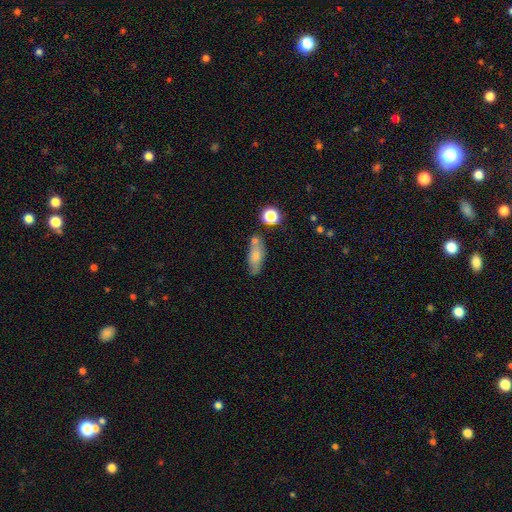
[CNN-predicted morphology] smooth-or-featured: smooth: 70% | featured or disk: 20% | star or artifact: 9%
  how-rounded: in between: 73% | cigar-shaped: 23% | round: 5%
  merging: none: 58% | minor disturbance: 21% | merger: 15% | major disturbance: 6%